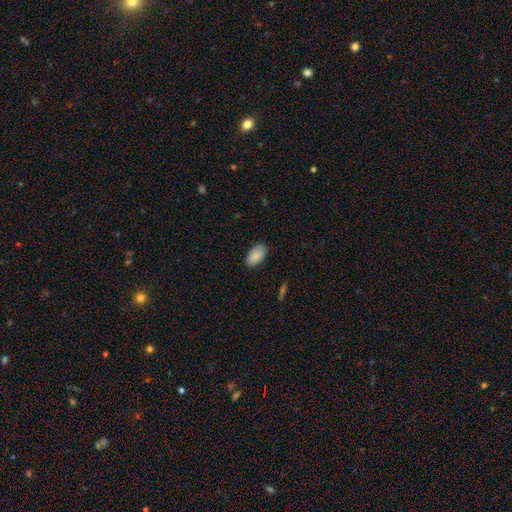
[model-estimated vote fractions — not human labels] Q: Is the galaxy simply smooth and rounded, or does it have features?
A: smooth — 88%.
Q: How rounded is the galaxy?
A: in between — 95%.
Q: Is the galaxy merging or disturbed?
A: none — 83%.